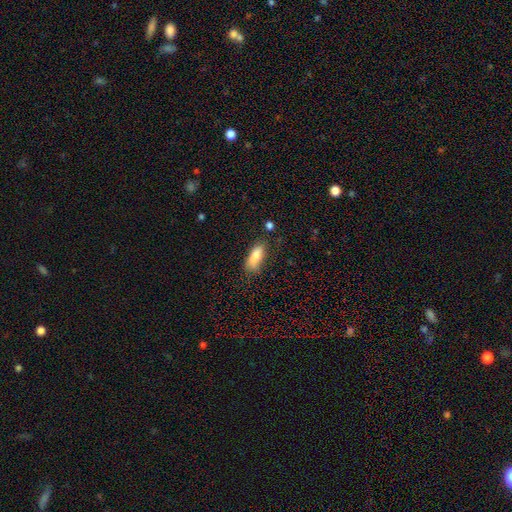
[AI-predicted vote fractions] Smooth or featured? smooth (83%)
How rounded? in between (75%)
Merging? none (66%)